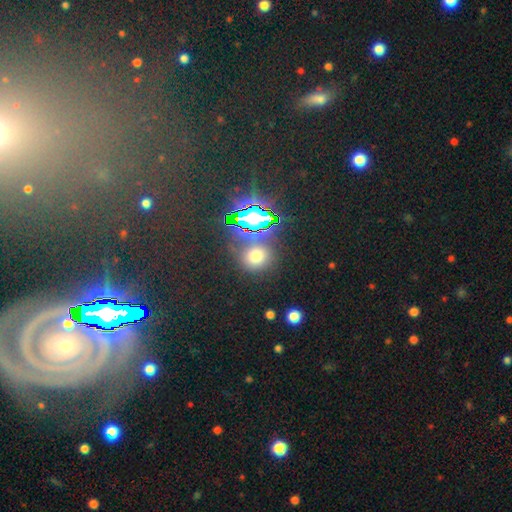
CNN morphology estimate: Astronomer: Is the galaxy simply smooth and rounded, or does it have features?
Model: smooth — 57% (runner-up: star or artifact, 35%).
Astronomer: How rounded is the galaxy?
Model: round — 82%.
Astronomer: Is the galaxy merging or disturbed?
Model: none — 76%.